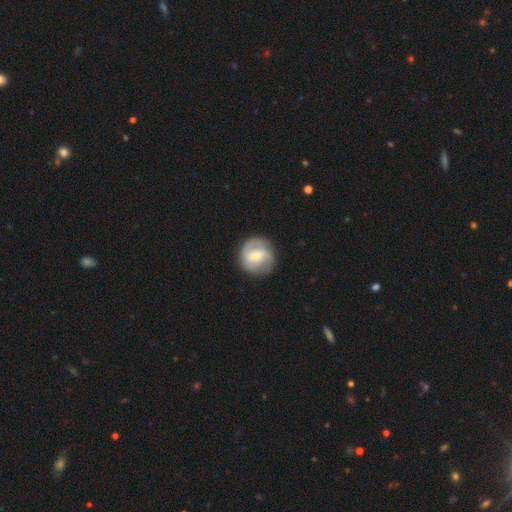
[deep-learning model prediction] Smooth or featured?
  - featured or disk: 70% *
  - smooth: 24%
  - star or artifact: 6%
Edge-on disk?
  - no: 98% *
  - yes: 2%
Bar?
  - weak: 48% *
  - no: 29%
  - strong: 23%
Spiral arms?
  - yes: 89% *
  - no: 11%
Spiral winding?
  - medium: 44% *
  - tight: 34%
  - loose: 23%
Spiral arm count?
  - 2: 71% *
  - can't tell: 12%
  - 3: 9%
  - 1: 4%
  - 4: 2%
  - more than 4: 2%
Bulge size?
  - small: 50% *
  - moderate: 46%
  - large: 2%
  - none: 1%
  - dominant: 1%
Merging?
  - none: 83% *
  - minor disturbance: 11%
  - major disturbance: 4%
  - merger: 1%